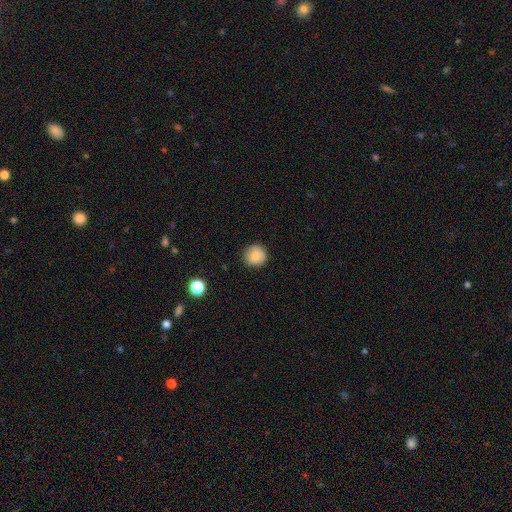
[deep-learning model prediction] Smooth or featured: smooth — 85% (star or artifact — 9%)
How rounded: round — 95% (in between — 4%)
Merging: none — 90% (minor disturbance — 7%)